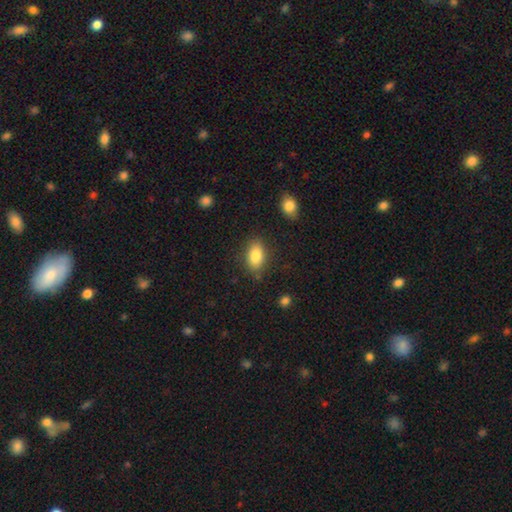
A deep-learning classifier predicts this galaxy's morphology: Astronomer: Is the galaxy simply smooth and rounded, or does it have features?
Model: smooth — 85%.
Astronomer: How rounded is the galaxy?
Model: in between — 89%.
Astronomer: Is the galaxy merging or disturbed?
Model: none — 82%.